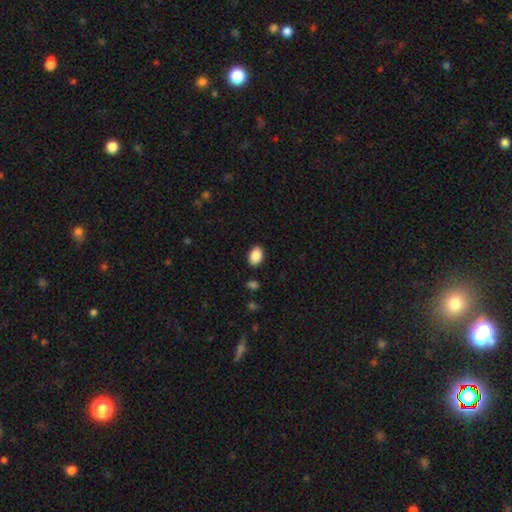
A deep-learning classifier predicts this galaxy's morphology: Smooth or featured? Predicted: smooth (p=0.88). How rounded? Predicted: in between (p=0.84). Merging? Predicted: none (p=0.88).